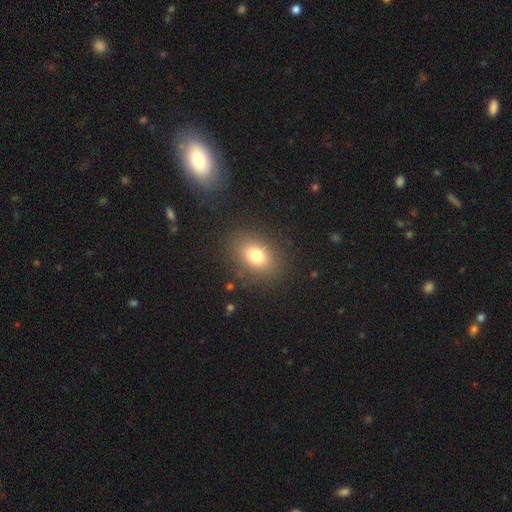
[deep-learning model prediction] A smooth galaxy with no disk features (77%) that is in between round and cigar-shaped (69%). Merging: none (85%).